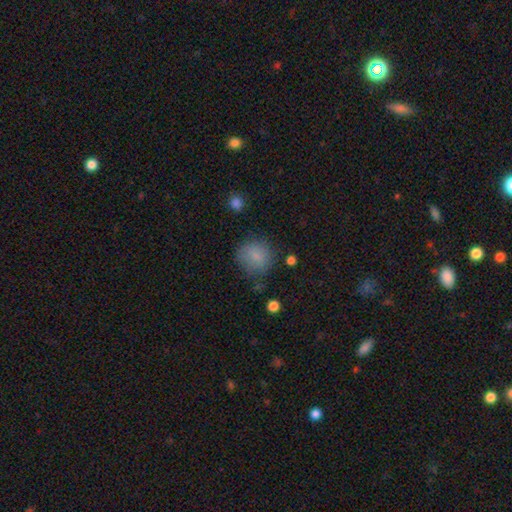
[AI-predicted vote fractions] Morphology: type=smooth (81%); roundness=round (83%); merging=none (70%).